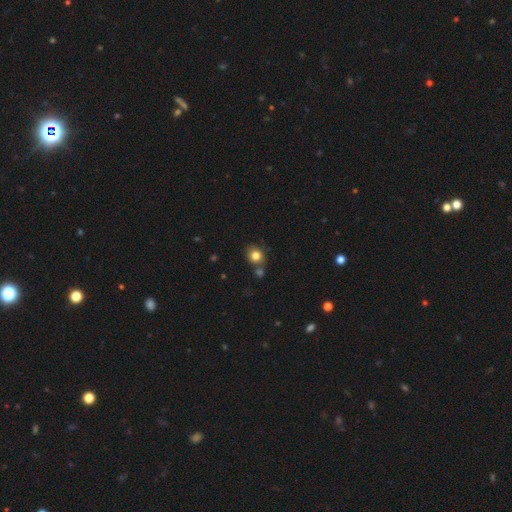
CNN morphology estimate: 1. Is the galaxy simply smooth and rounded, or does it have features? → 82% smooth, 11% star or artifact, 7% featured or disk.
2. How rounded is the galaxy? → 82% round, 17% in between, 1% cigar-shaped.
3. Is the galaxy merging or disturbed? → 63% none, 19% merger, 13% minor disturbance, 4% major disturbance.